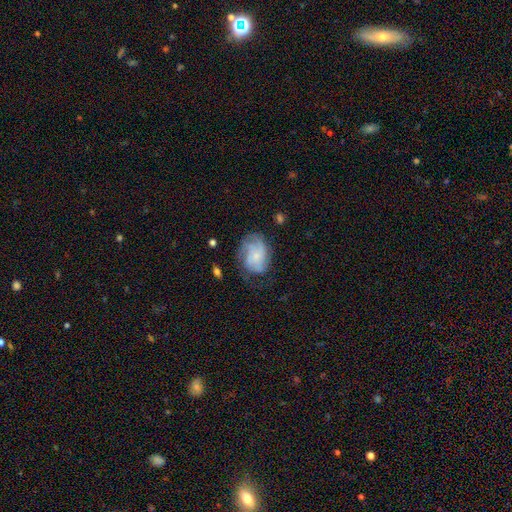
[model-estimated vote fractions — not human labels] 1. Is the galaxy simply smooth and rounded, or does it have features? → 62% featured or disk, 30% smooth, 8% star or artifact.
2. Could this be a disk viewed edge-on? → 98% no, 2% yes.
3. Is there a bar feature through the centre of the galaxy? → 76% no, 21% weak, 3% strong.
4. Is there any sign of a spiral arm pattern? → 88% yes, 12% no.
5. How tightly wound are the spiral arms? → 45% tight, 38% medium, 17% loose.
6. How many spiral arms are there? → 37% can't tell, 23% 3, 17% 2, 11% 4, 6% 1, 5% more than 4.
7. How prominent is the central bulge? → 67% small, 16% moderate, 13% none, 2% large, 1% dominant.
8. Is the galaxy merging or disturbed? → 54% none, 25% minor disturbance, 18% major disturbance, 2% merger.